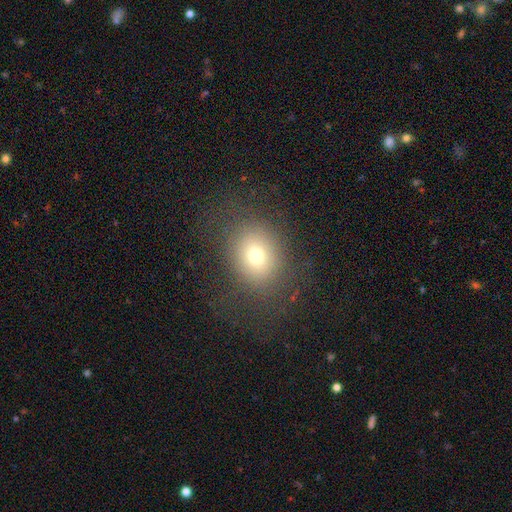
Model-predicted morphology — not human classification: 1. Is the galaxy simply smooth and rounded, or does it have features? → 70% smooth, 16% star or artifact, 13% featured or disk.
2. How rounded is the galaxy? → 63% round, 36% in between, 1% cigar-shaped.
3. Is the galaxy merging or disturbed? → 76% none, 12% minor disturbance, 10% major disturbance, 1% merger.